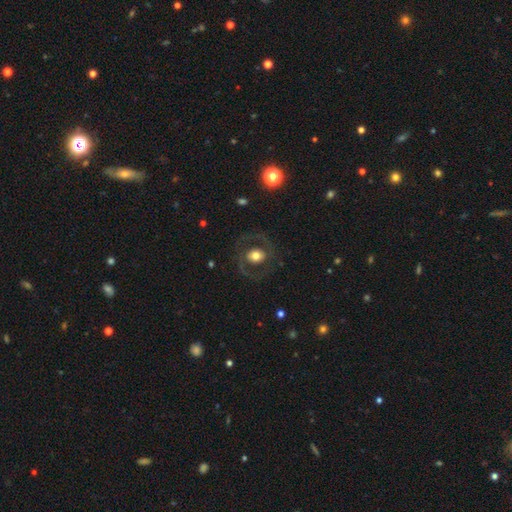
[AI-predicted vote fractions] A featured or disk galaxy (59%) with no bar (68%), spiral arms (51%) and a moderate central bulge (56%). Merging: none (78%).